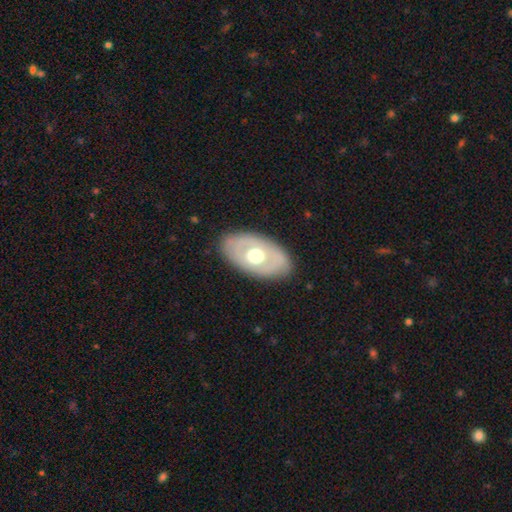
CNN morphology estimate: This appears to be a featured or disk galaxy (52%). Merging: none (82%).